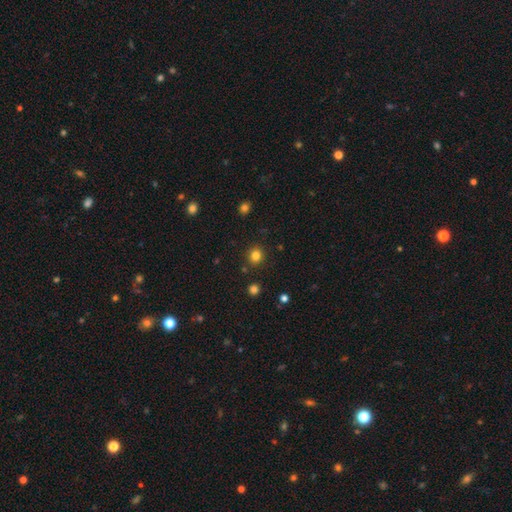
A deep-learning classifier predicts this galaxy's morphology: A smooth galaxy with no disk features (82%) that is round (85%). Merging: none (88%).